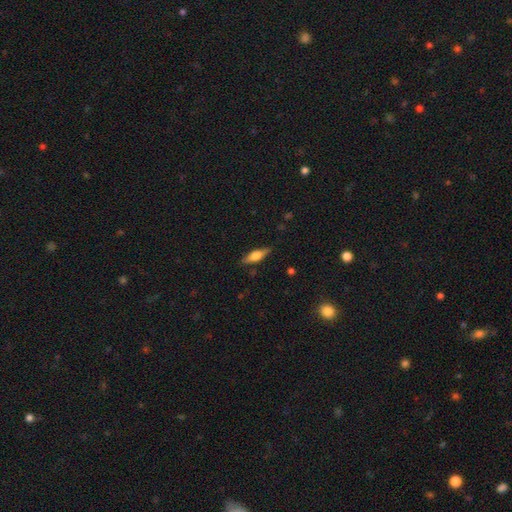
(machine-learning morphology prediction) Smooth or featured? Predicted: smooth (p=0.50). Merging? Predicted: none (p=0.84).